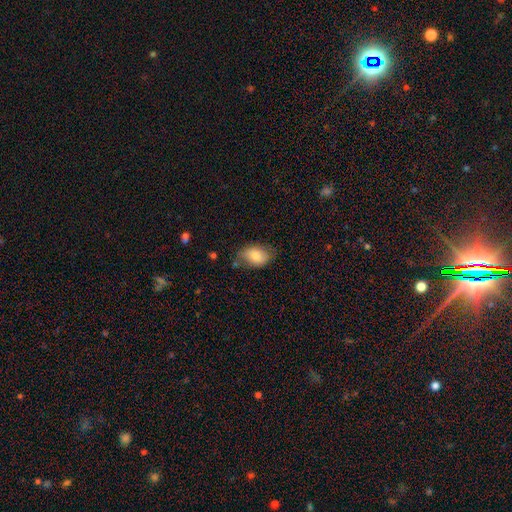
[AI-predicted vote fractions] The model was most divided on "merging": none: 66%, minor disturbance: 26%, major disturbance: 6%, merger: 3%. More confident: how rounded — in between (85%); smooth or featured — smooth (77%).